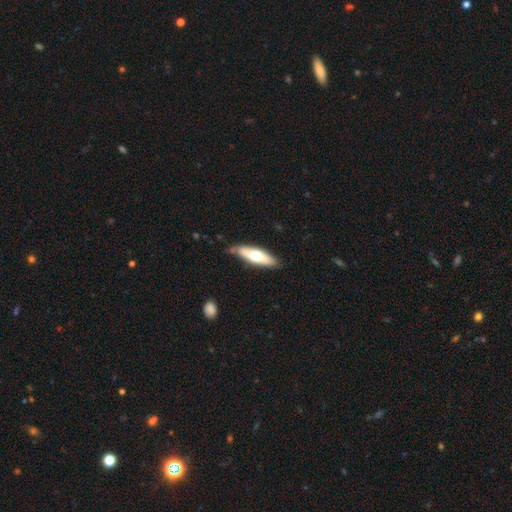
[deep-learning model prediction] Smooth or featured? smooth (58%)
How rounded? cigar-shaped (56%)
Merging? none (77%)